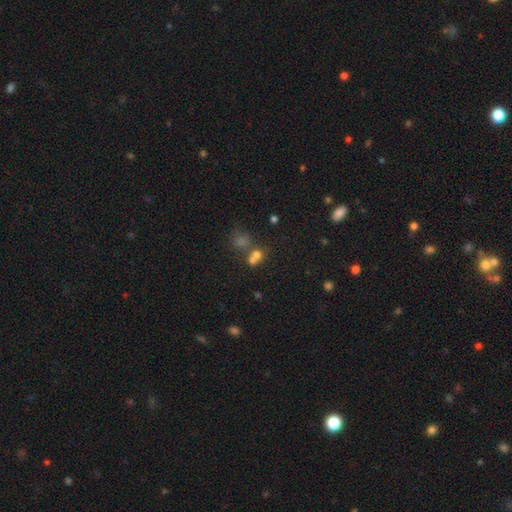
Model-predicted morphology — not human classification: A smooth galaxy with no disk features (64%) that is round (75%).

Vote fractions:
- Smooth or featured? smooth: 64% / star or artifact: 21% / featured or disk: 15%
- How rounded? round: 75% / in between: 24% / cigar-shaped: 1%
- Merging? merger: 52% / none: 36% / minor disturbance: 7% / major disturbance: 5%